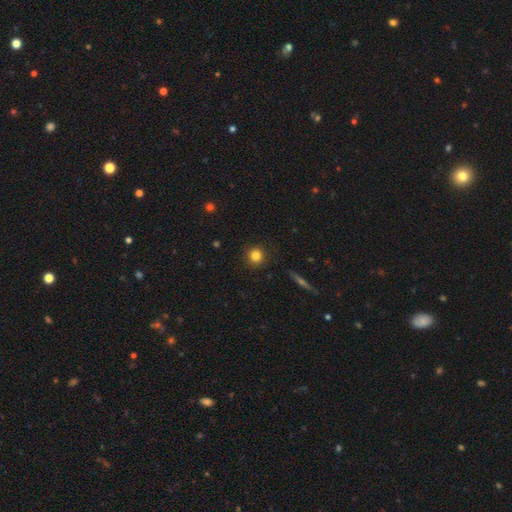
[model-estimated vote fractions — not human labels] smooth 83%, star or artifact 11%, featured or disk 6%. Down the decision tree: how rounded — round (93%); merging — none (91%).